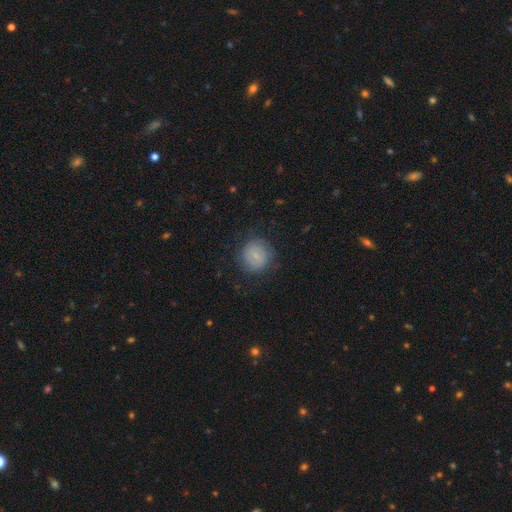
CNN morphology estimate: This appears to be a smooth galaxy with no disk features (77%) that is round (91%). Merging: none (81%).